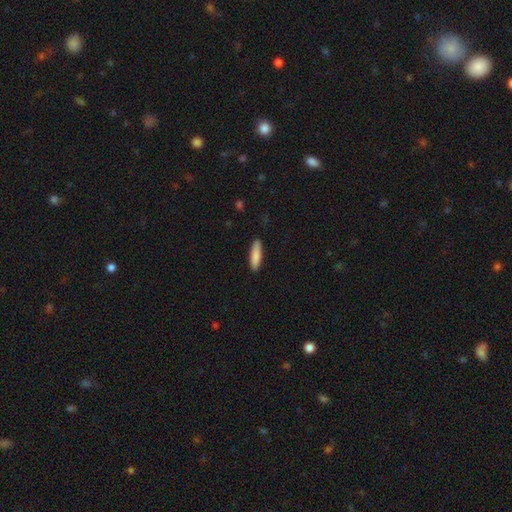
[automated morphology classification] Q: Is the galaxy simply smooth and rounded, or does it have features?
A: smooth — 87%.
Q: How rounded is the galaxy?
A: cigar-shaped — 68%.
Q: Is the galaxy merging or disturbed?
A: none — 89%.